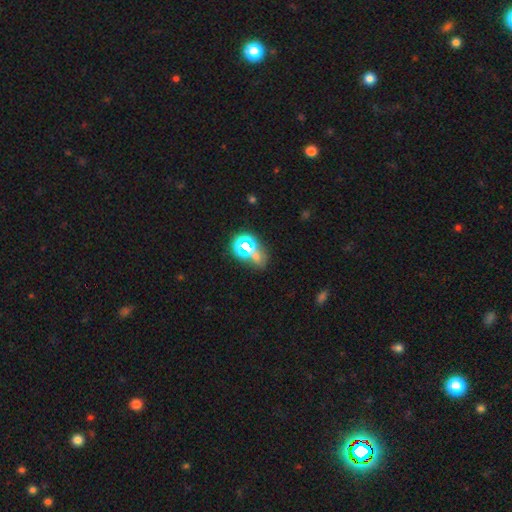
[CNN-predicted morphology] type=star or artifact (49%).